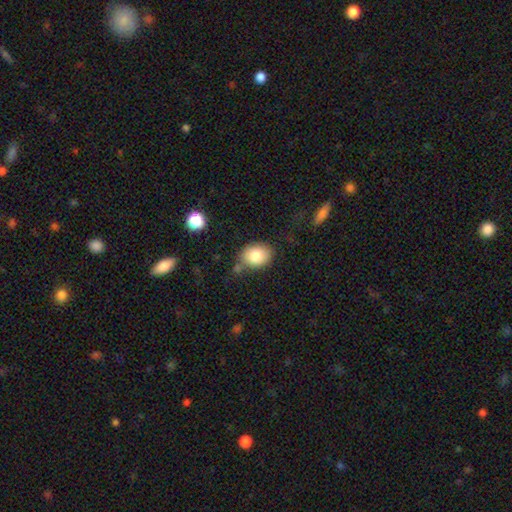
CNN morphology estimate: Smooth or featured? Predicted: smooth (p=0.82). How rounded? Predicted: in between (p=0.58). Merging? Predicted: none (p=0.70).